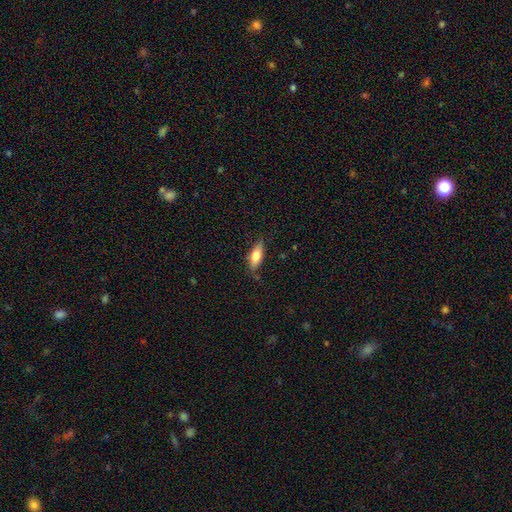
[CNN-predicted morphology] Smooth or featured? smooth (66%)
How rounded? in between (62%)
Merging? none (76%)